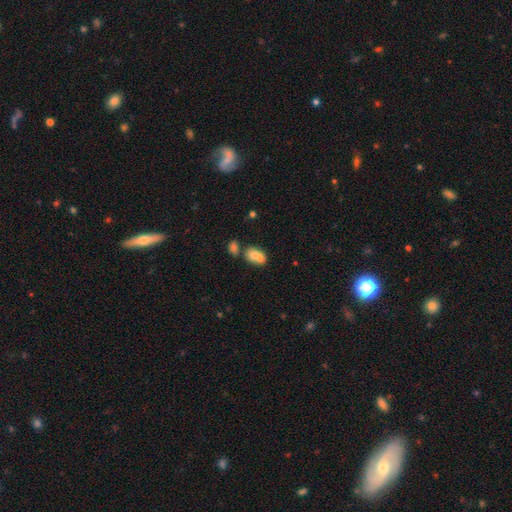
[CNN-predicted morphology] Smooth or featured? smooth (74%)
How rounded? in between (75%)
Merging? merger (51%)